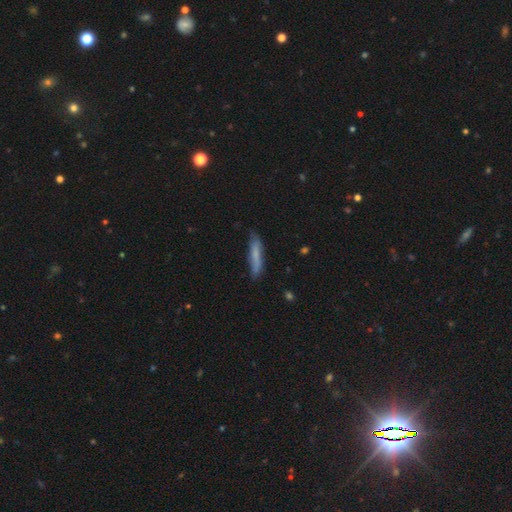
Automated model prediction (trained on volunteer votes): Smooth or featured? smooth (70%)
How rounded? cigar-shaped (86%)
Merging? none (73%)